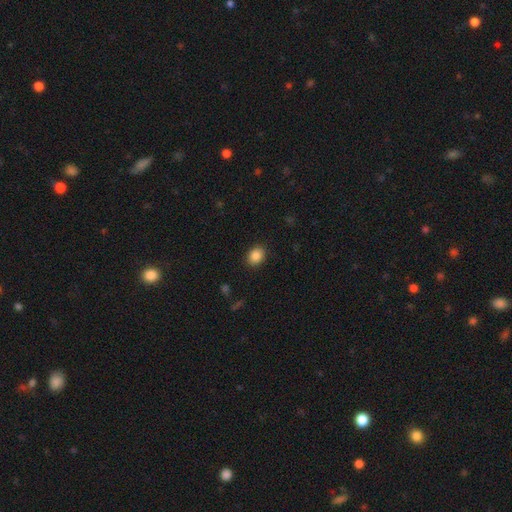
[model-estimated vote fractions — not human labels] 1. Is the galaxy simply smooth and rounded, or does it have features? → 87% smooth, 9% star or artifact, 4% featured or disk.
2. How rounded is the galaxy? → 52% in between, 47% round, 1% cigar-shaped.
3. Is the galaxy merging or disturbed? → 90% none, 7% minor disturbance, 2% major disturbance, 1% merger.